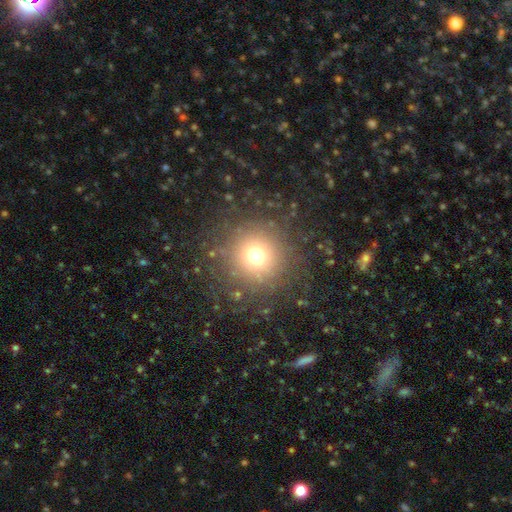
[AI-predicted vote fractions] This is likely a smooth galaxy (64%). How rounded: clearly round (94%). Merging: clearly none (82%).